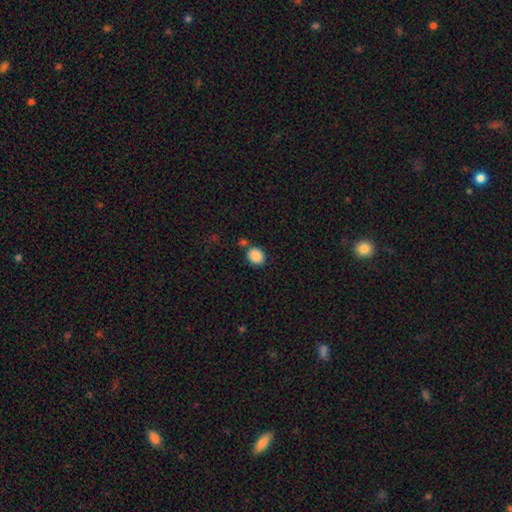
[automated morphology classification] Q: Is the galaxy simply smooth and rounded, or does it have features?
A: smooth — 88%.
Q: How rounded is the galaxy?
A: round — 64%.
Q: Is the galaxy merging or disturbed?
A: none — 75%.